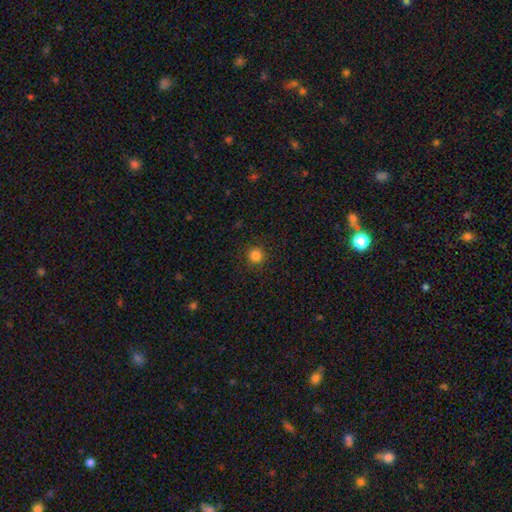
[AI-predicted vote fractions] smooth_or_featured: smooth (p=0.84) [alt: star or artifact p=0.12]
how_rounded: round (p=0.95) [alt: in between p=0.04]
merging: none (p=0.91) [alt: minor disturbance p=0.06]